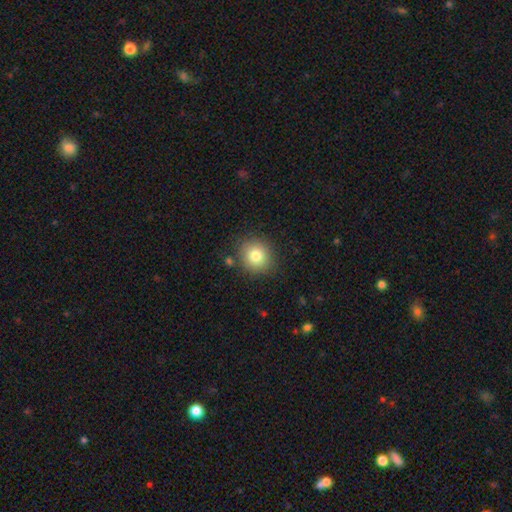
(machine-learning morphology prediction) This is clearly a smooth galaxy (81%). How rounded: clearly round (84%). Merging: clearly none (85%).